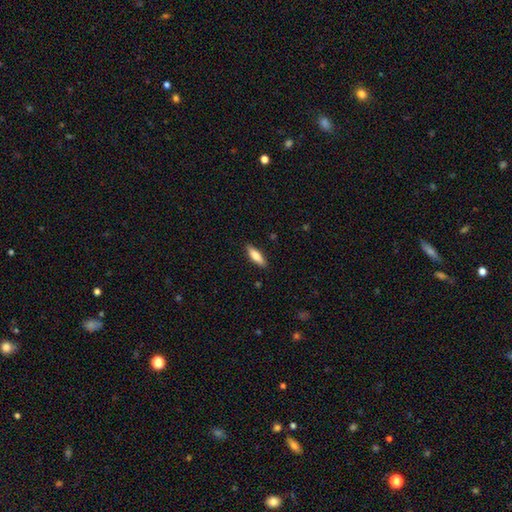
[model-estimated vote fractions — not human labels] Overall: smooth (75%). How rounded: cigar-shaped (50%; in between 48%). Merging: none (88%).